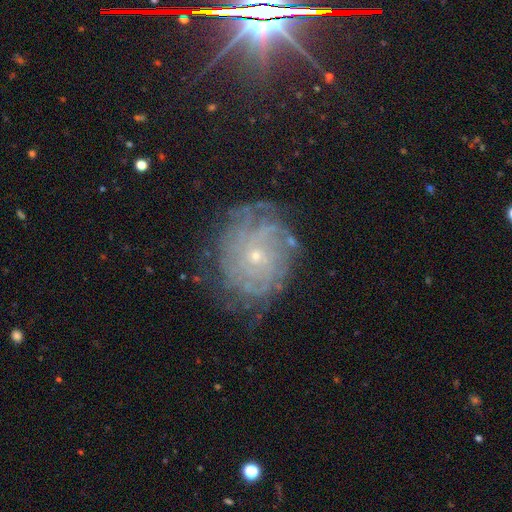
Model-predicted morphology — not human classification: This is likely a featured or disk galaxy (76%). It is clearly not viewed edge-on (97%). Bar: clearly no (81%). Spiral arm pattern: clearly yes (88%). Spiral arm count: possibly can't tell (50%). Spiral winding: likely tight (73%). Central bulge: clearly small (81%). Merging: likely none (69%).